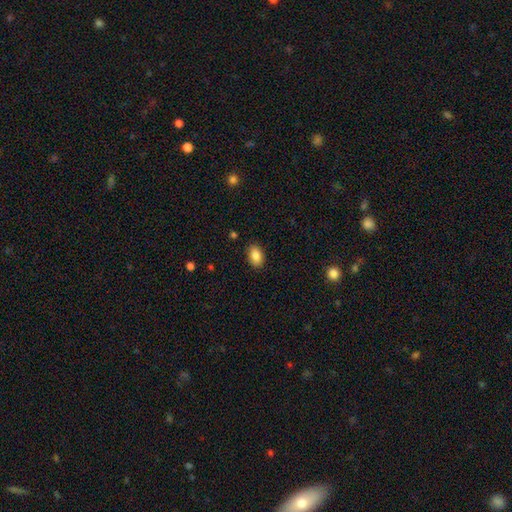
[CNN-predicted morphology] This is clearly a smooth galaxy (86%). How rounded: clearly in between (86%). Merging: clearly none (88%).